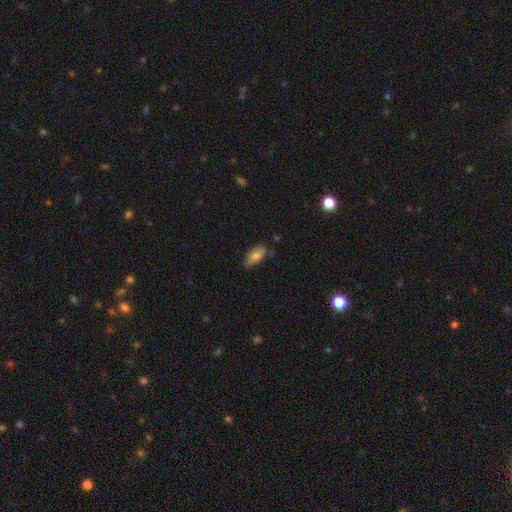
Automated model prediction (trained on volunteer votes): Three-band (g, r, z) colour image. It shows a smooth galaxy with no disk features (78%) that is in between round and cigar-shaped (88%). Merging: none (71%).